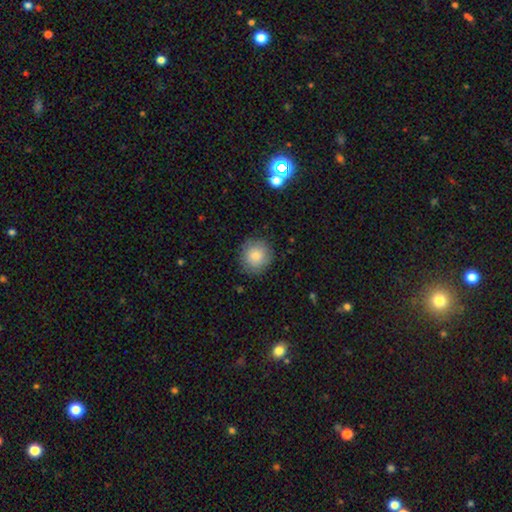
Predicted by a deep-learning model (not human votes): Overall: smooth (82%). How rounded: round (92%). Merging: none (85%).